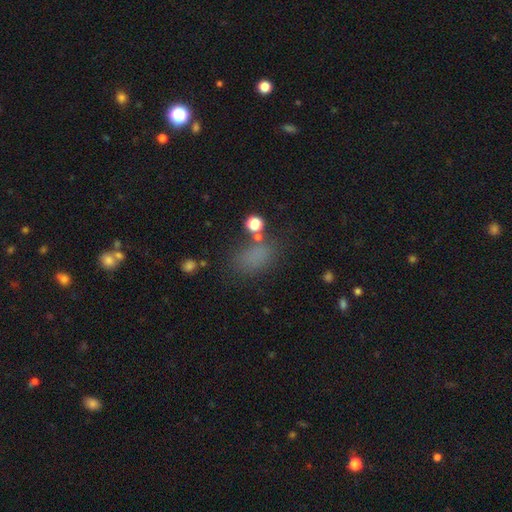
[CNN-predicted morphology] smooth 69%, star or artifact 23%, featured or disk 8%. Down the decision tree: how rounded — in between (76%); merging — none (65%).